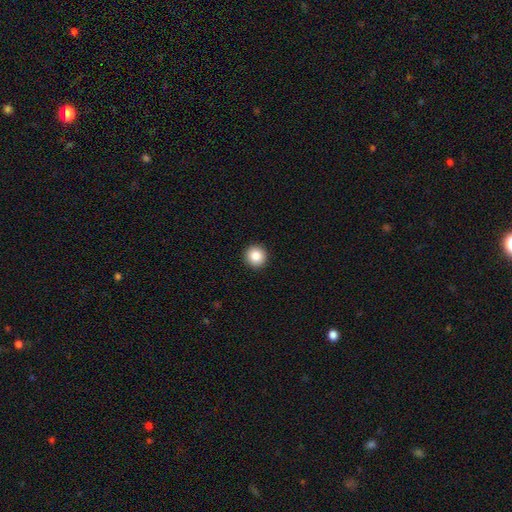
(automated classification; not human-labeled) A smooth galaxy with no disk features (87%) that is round (95%). Merging: none (94%).